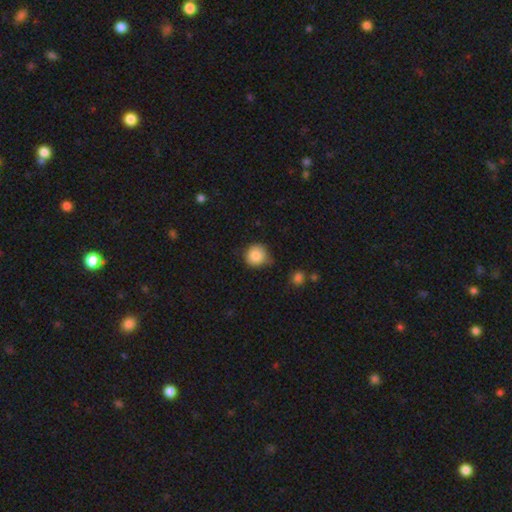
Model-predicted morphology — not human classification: Smooth or featured? smooth (85%)
How rounded? round (91%)
Merging? none (70%)